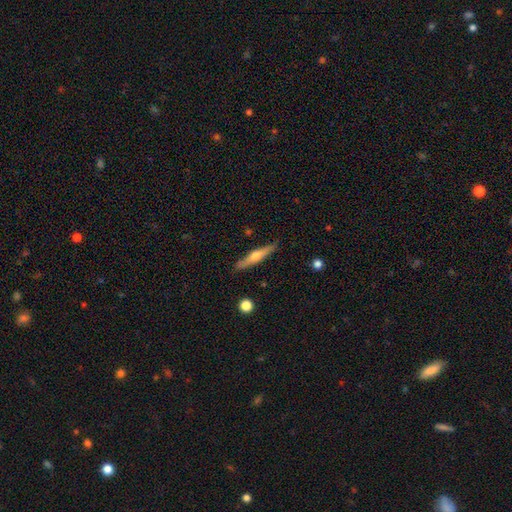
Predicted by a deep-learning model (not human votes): This is possibly a featured or disk galaxy (59%). It is clearly viewed edge-on (96%). Edge-on bulge: clearly rounded (87%). Merging: clearly none (87%).